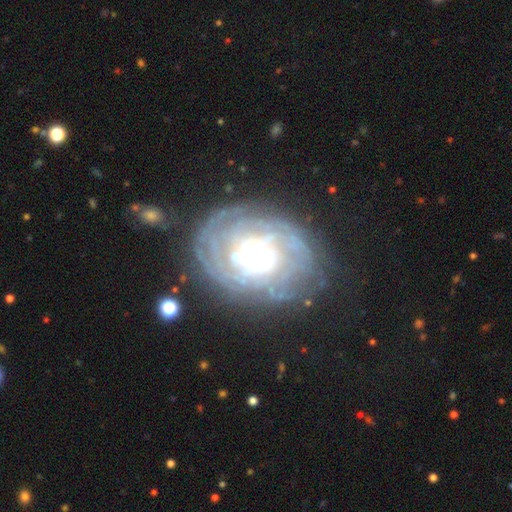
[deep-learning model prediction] Overall: featured or disk (83%). Edge-on disk: no (96%). Bar: no (74%). Spiral arms: yes (91%). Spiral arm count: can't tell (43%; more than 4 17%). Spiral winding: tight (77%). Bulge size: moderate (52%; small 36%). Merging: none (74%).